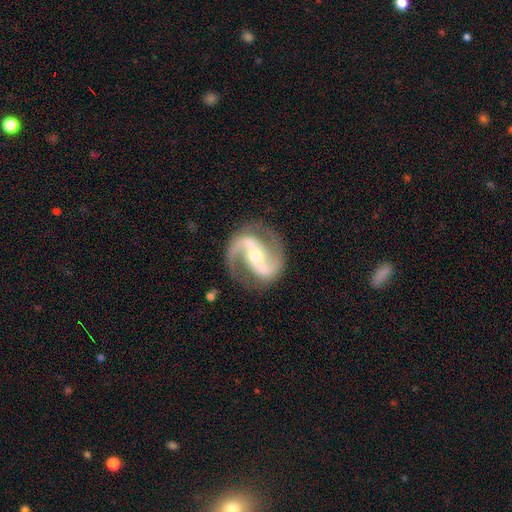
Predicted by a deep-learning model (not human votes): Q: Smooth or featured?
A: featured or disk (92%); runner-up: star or artifact (4%)
Q: Edge-on disk?
A: no (98%); runner-up: yes (2%)
Q: Bar?
A: strong (56%); runner-up: weak (27%)
Q: Spiral arms?
A: yes (98%); runner-up: no (2%)
Q: Spiral winding?
A: medium (58%); runner-up: loose (24%)
Q: Spiral arm count?
A: 2 (94%); runner-up: 1 (2%)
Q: Bulge size?
A: moderate (49%); runner-up: small (46%)
Q: Merging?
A: none (83%); runner-up: minor disturbance (11%)